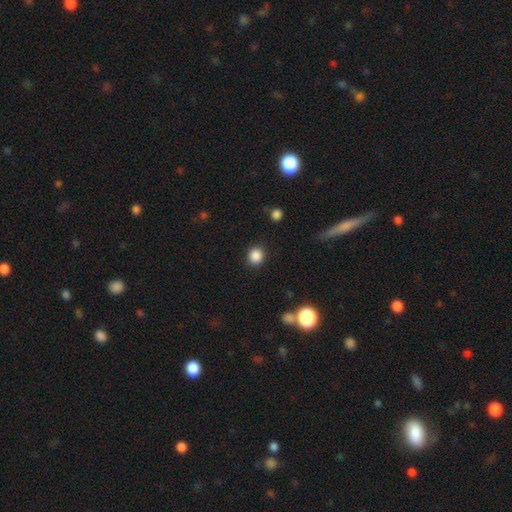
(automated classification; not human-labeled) Smooth or featured? smooth (87%)
How rounded? round (81%)
Merging? none (89%)